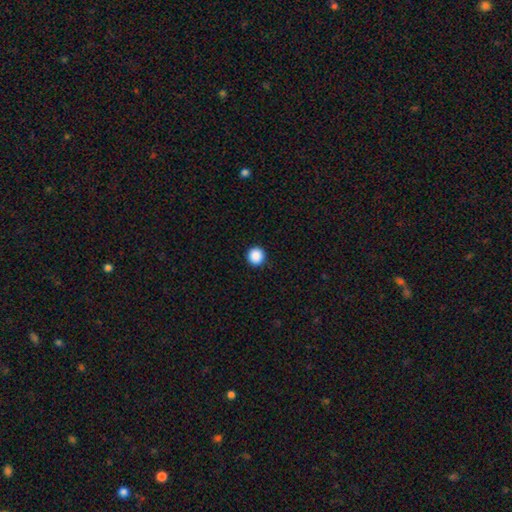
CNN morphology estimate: This is clearly a smooth galaxy (89%). How rounded: clearly round (95%). Merging: clearly none (93%).